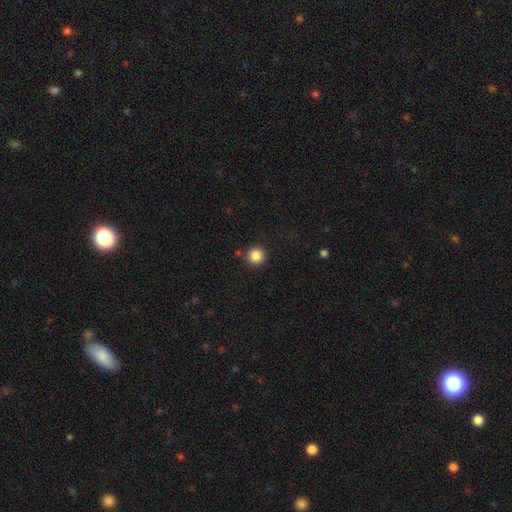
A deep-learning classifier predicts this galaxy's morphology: Overall: smooth (86%). How rounded: round (96%). Merging: none (89%).